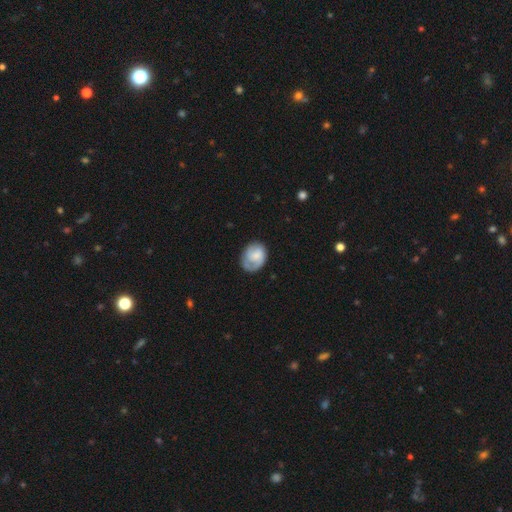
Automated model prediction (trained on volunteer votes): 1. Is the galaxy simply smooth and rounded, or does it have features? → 60% smooth, 34% featured or disk, 7% star or artifact.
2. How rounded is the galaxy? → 53% in between, 46% round, 1% cigar-shaped.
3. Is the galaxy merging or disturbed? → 57% none, 28% minor disturbance, 13% major disturbance, 2% merger.